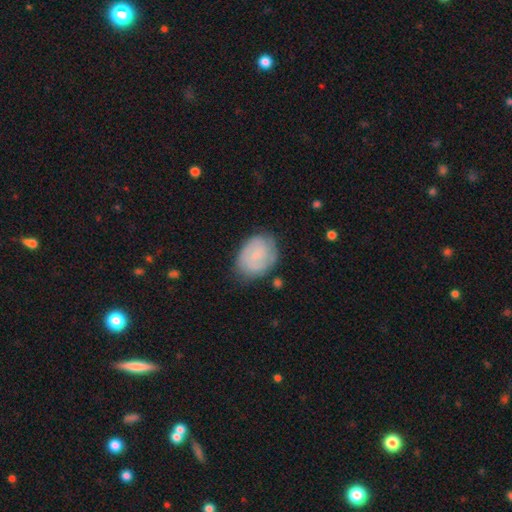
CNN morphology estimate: Smooth or featured? featured or disk (50%)
Merging? none (69%)